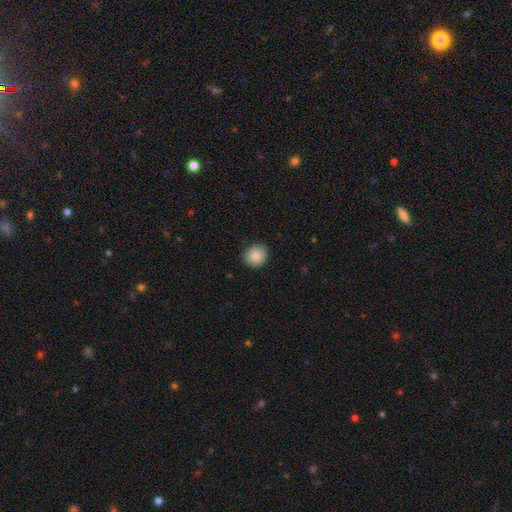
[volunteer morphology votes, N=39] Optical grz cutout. It shows a smooth galaxy with no disk features (92%) that is round (81%). Merging: none (86%).